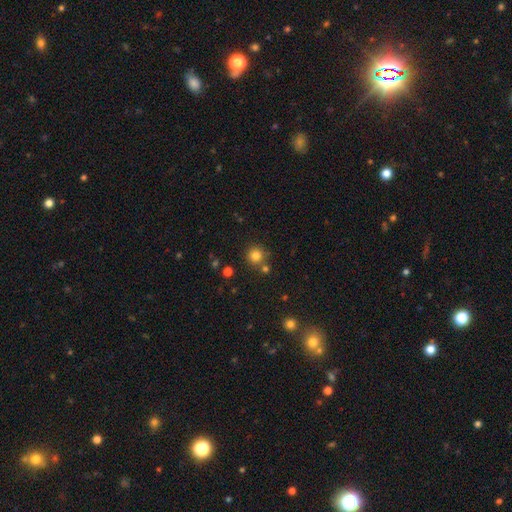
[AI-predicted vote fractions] smooth-or-featured: smooth: 80% | star or artifact: 14% | featured or disk: 6%
  how-rounded: round: 93% | in between: 6% | cigar-shaped: 1%
  merging: none: 77% | merger: 13% | minor disturbance: 8% | major disturbance: 3%